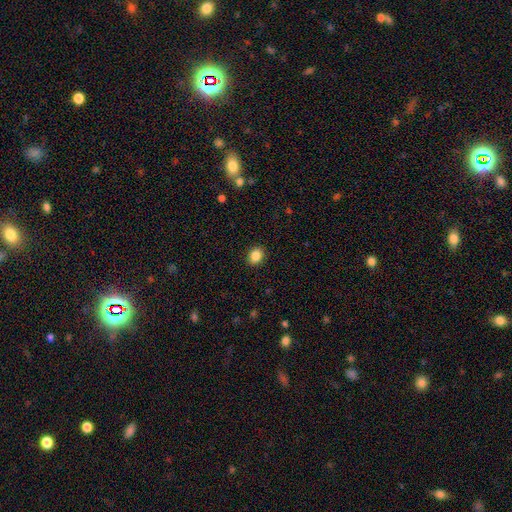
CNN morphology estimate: Smooth or featured? smooth (86%)
How rounded? round (58%)
Merging? none (91%)